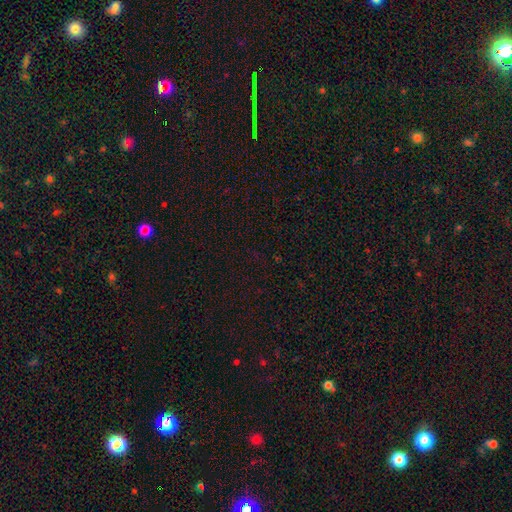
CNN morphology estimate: A star or artifact, not a galaxy (71%).